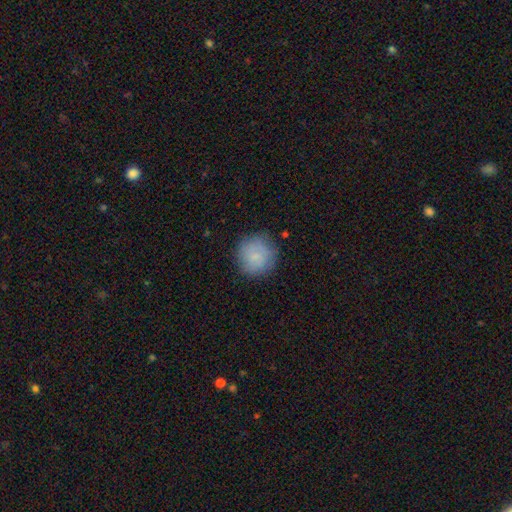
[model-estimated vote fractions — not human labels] This appears to be a smooth galaxy with no disk features (81%) that is round (93%). Merging: none (80%).